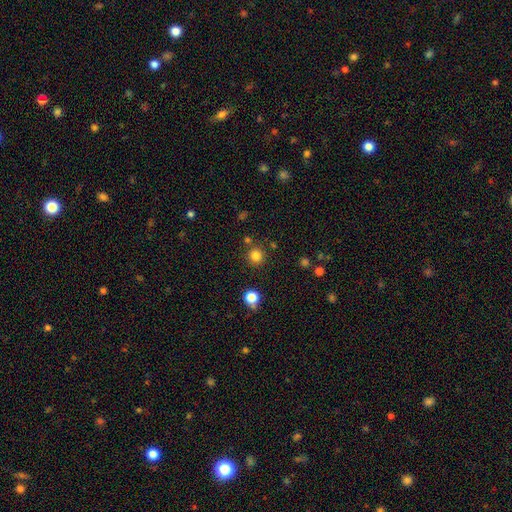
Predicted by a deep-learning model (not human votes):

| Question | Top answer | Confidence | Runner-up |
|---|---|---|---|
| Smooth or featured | smooth | 82% | star or artifact (14%) |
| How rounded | round | 94% | in between (5%) |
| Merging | none | 85% | minor disturbance (7%) |